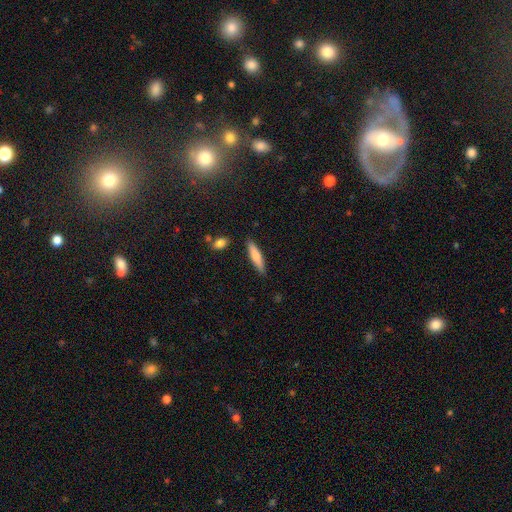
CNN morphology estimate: This is likely a smooth galaxy (73%). How rounded: clearly cigar-shaped (83%). Merging: clearly none (85%).